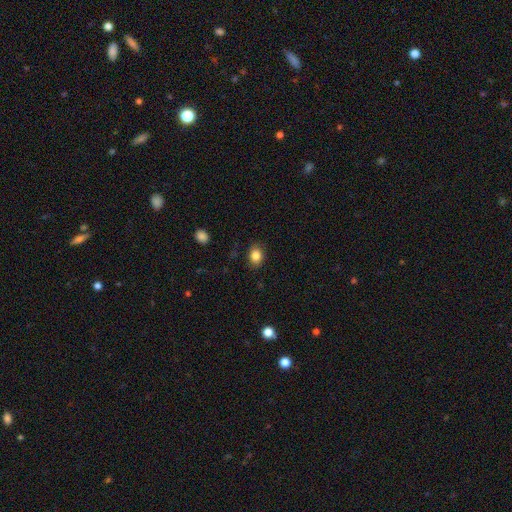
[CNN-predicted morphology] Smooth or featured? Predicted: smooth (p=0.84). How rounded? Predicted: in between (p=0.58). Merging? Predicted: none (p=0.84).